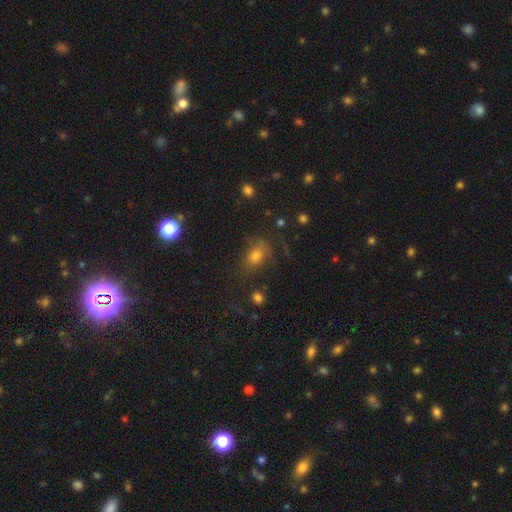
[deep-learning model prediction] Morphology: type=smooth (64%); roundness=in between (67%); merging=none (63%).